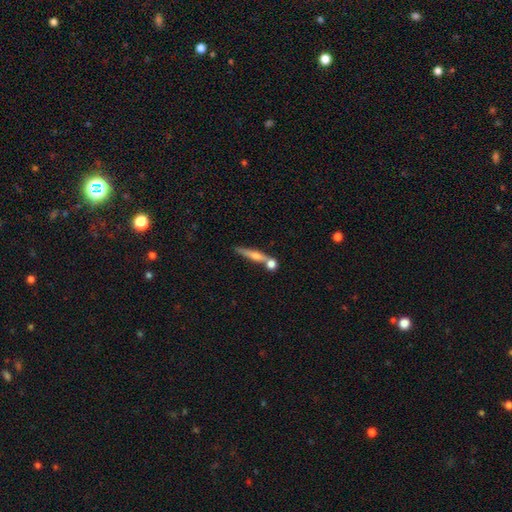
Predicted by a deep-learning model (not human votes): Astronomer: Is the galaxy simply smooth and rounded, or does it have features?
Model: featured or disk — 51% (runner-up: smooth, 41%).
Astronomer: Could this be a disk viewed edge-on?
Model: yes — 92%.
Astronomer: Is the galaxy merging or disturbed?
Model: none — 64%.